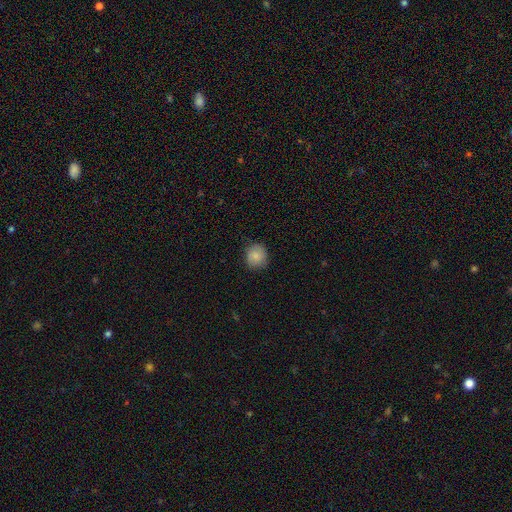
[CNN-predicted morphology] This appears to be a smooth galaxy with no disk features (85%) that is round (84%). Merging: none (80%).